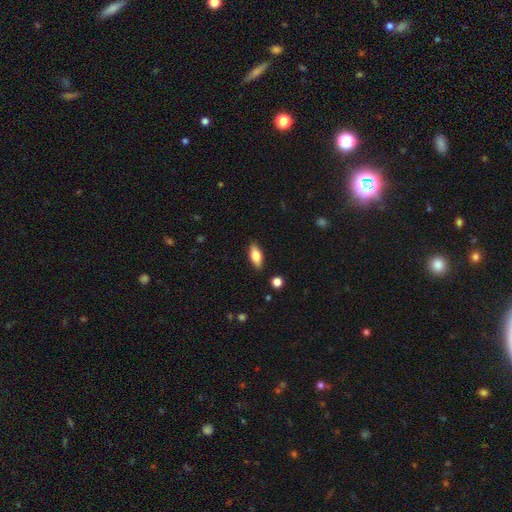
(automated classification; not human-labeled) smooth-or-featured: smooth: 67% | featured or disk: 26% | star or artifact: 7%
  how-rounded: in between: 78% | cigar-shaped: 18% | round: 3%
  merging: none: 88% | minor disturbance: 9% | major disturbance: 2% | merger: 1%